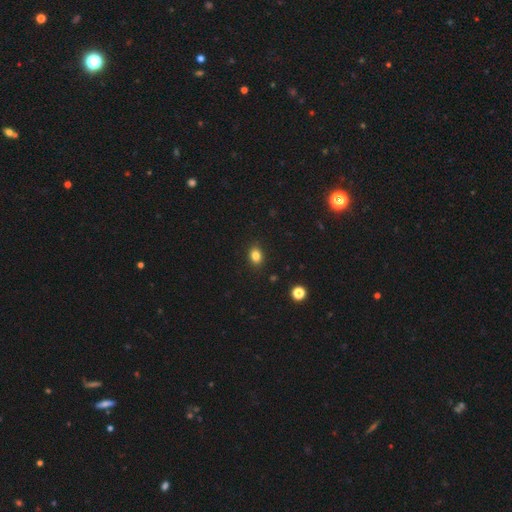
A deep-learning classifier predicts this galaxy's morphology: Q: Smooth or featured?
A: smooth (83%); runner-up: star or artifact (11%)
Q: How rounded?
A: in between (64%); runner-up: round (35%)
Q: Merging?
A: none (88%); runner-up: minor disturbance (8%)